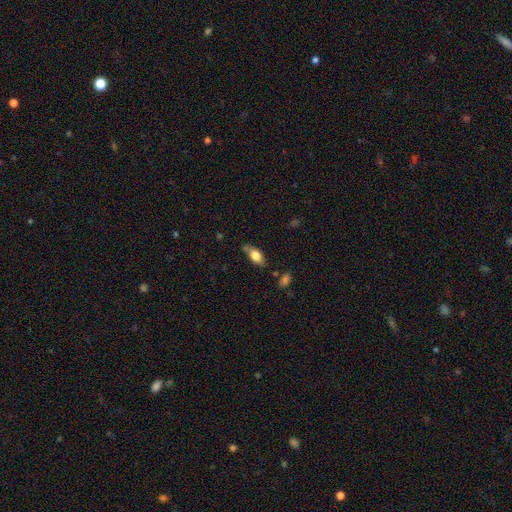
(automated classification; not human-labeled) smooth 76%, featured or disk 16%, star or artifact 7%. Down the decision tree: how rounded — in between (86%); merging — none (69%).